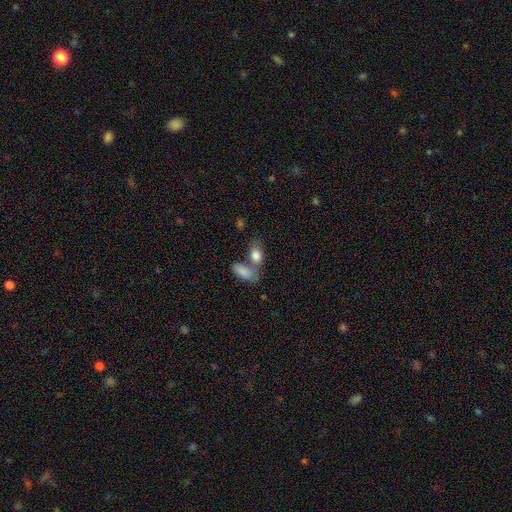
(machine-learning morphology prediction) Q: Smooth or featured?
A: smooth (82%); runner-up: featured or disk (11%)
Q: How rounded?
A: in between (86%); runner-up: round (9%)
Q: Merging?
A: merger (44%); runner-up: none (39%)